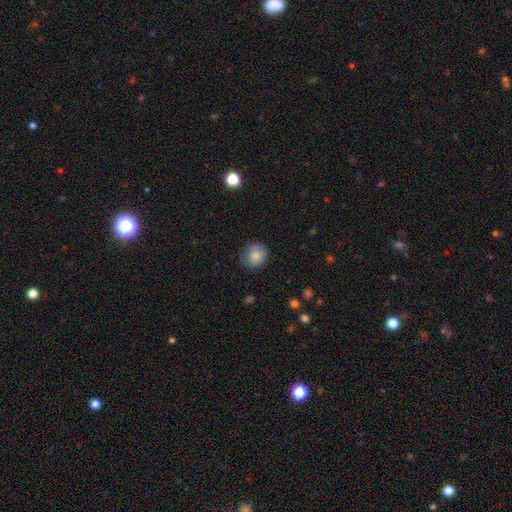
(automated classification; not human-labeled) Smooth or featured? Predicted: smooth (p=0.82). How rounded? Predicted: round (p=0.80). Merging? Predicted: none (p=0.76).